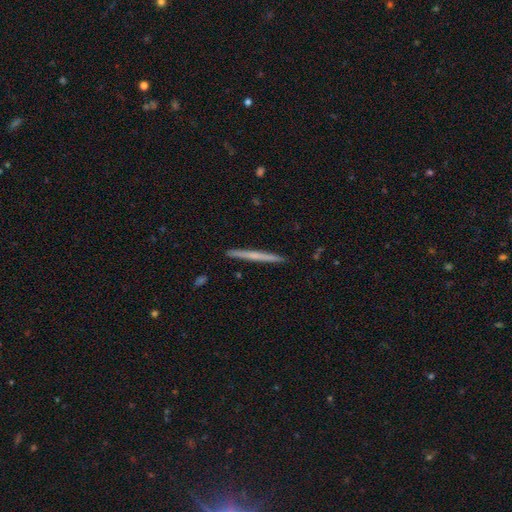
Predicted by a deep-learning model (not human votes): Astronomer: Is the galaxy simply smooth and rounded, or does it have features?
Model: featured or disk — 51% (runner-up: smooth, 44%).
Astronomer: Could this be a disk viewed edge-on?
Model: yes — 98%.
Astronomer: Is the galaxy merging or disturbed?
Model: none — 93%.